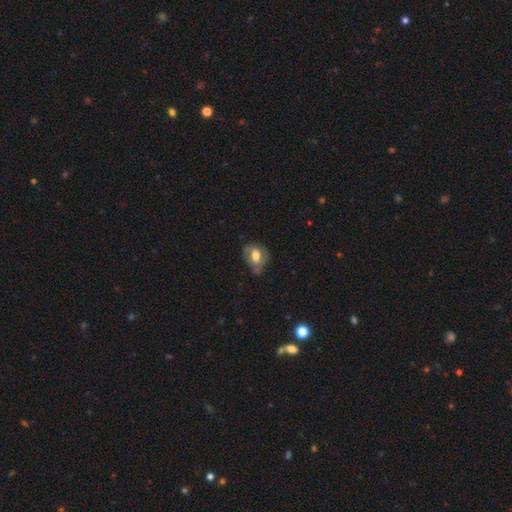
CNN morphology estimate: This appears to be a smooth galaxy with no disk features (52%) that is in between round and cigar-shaped (58%). Merging: none (46%).